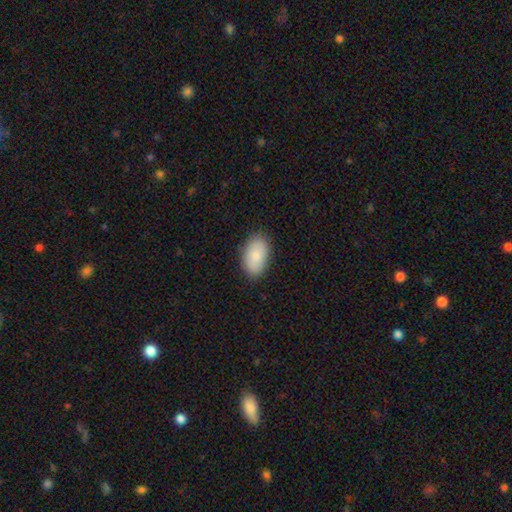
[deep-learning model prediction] smooth-or-featured: smooth: 84% | featured or disk: 10% | star or artifact: 6%
  how-rounded: in between: 93% | round: 6% | cigar-shaped: 1%
  merging: none: 85% | minor disturbance: 11% | major disturbance: 2% | merger: 1%